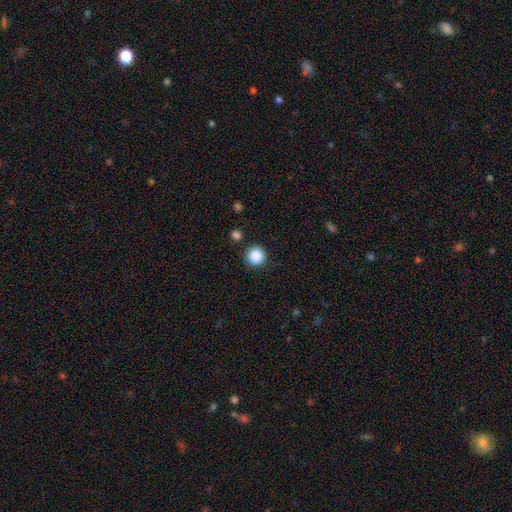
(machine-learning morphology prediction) Smooth or featured?
  - smooth: 87% *
  - star or artifact: 10%
  - featured or disk: 3%
How rounded?
  - round: 96% *
  - in between: 3%
  - cigar-shaped: 1%
Merging?
  - none: 90% *
  - minor disturbance: 6%
  - major disturbance: 2%
  - merger: 2%